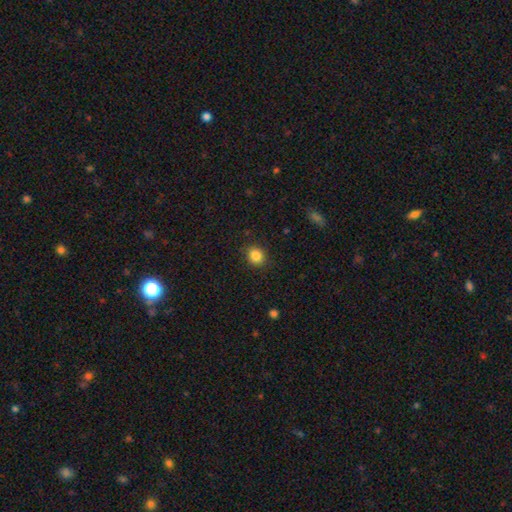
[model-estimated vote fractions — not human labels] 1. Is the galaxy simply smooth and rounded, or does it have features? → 85% smooth, 10% star or artifact, 5% featured or disk.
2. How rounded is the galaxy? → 73% round, 26% in between, 1% cigar-shaped.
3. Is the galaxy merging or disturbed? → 89% none, 8% minor disturbance, 2% major disturbance, 1% merger.